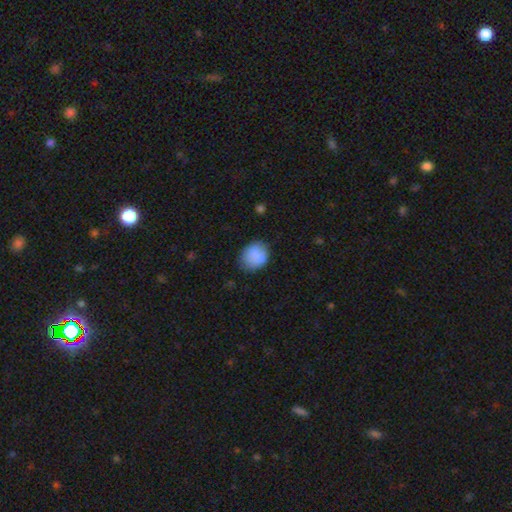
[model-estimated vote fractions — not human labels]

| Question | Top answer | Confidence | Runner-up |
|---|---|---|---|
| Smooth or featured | smooth | 85% | star or artifact (8%) |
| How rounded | round | 60% | in between (39%) |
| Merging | none | 71% | minor disturbance (22%) |